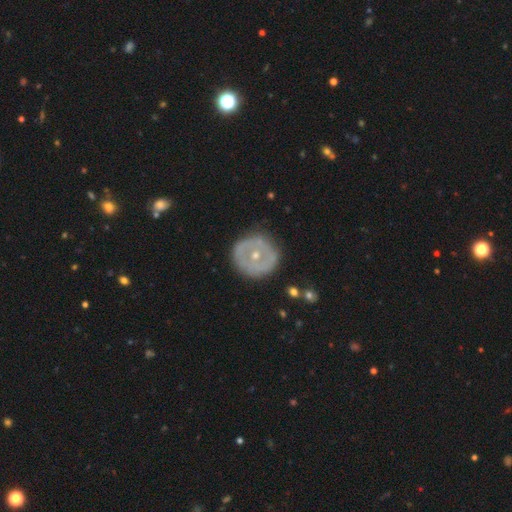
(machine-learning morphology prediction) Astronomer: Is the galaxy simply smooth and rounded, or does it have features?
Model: featured or disk — 61%.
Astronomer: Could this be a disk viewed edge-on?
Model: no — 95%.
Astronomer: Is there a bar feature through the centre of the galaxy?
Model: no — 73%.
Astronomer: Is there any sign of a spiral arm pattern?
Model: no — 78%.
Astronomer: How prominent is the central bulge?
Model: small — 50% (runner-up: moderate, 47%).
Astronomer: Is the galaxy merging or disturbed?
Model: none — 83%.